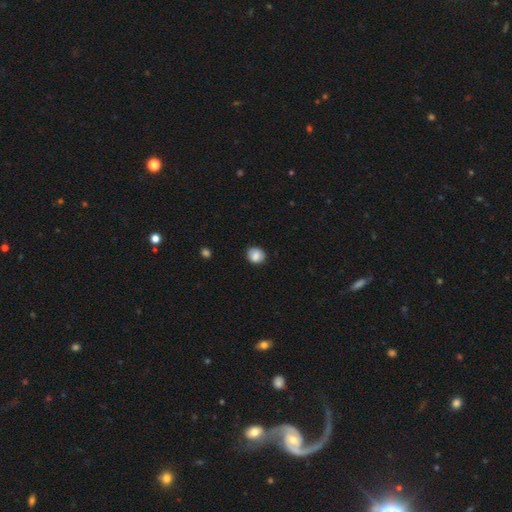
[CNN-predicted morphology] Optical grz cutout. It shows a smooth galaxy with no disk features (83%) that is round (72%). Merging: none (82%).